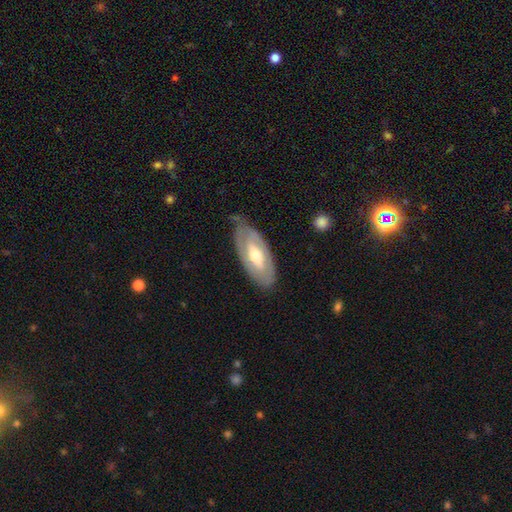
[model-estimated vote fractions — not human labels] Smooth or featured?
  - featured or disk: 63% *
  - smooth: 32%
  - star or artifact: 5%
Edge-on disk?
  - no: 85% *
  - yes: 15%
Bar?
  - no: 45% *
  - weak: 32%
  - strong: 22%
Spiral arms?
  - no: 54% *
  - yes: 46%
Bulge size?
  - moderate: 71% *
  - small: 18%
  - large: 9%
  - dominant: 1%
  - none: 1%
Merging?
  - none: 69% *
  - minor disturbance: 22%
  - major disturbance: 7%
  - merger: 2%